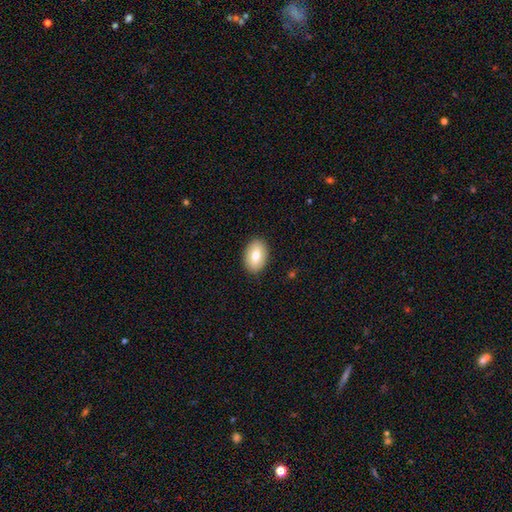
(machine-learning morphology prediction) Smooth or featured: smooth — 73% (featured or disk — 20%)
How rounded: in between — 87% (round — 12%)
Merging: none — 88% (minor disturbance — 9%)